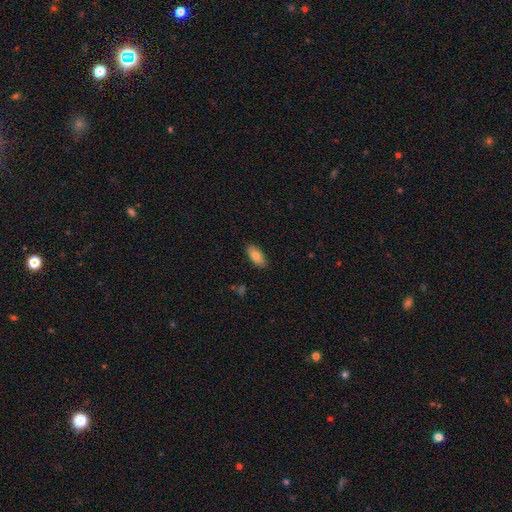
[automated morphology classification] Smooth or featured?
  - smooth: 79% *
  - featured or disk: 14%
  - star or artifact: 7%
How rounded?
  - in between: 89% *
  - cigar-shaped: 8%
  - round: 3%
Merging?
  - none: 86% *
  - minor disturbance: 11%
  - major disturbance: 2%
  - merger: 1%